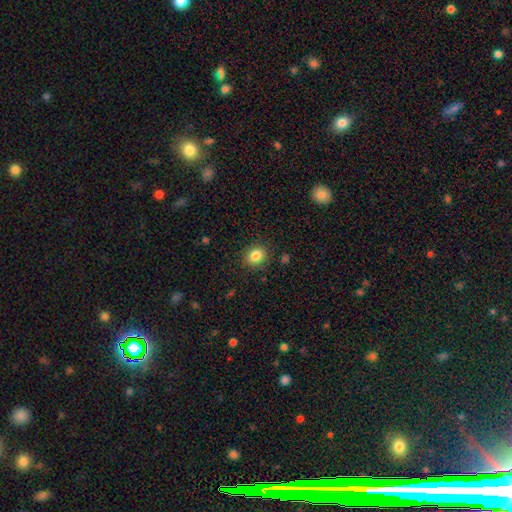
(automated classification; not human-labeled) A smooth galaxy with no disk features (84%) that is round (63%).

Vote fractions:
- Smooth or featured? smooth: 84% / star or artifact: 10% / featured or disk: 6%
- How rounded? round: 63% / in between: 36% / cigar-shaped: 1%
- Merging? none: 88% / minor disturbance: 8% / major disturbance: 2% / merger: 1%